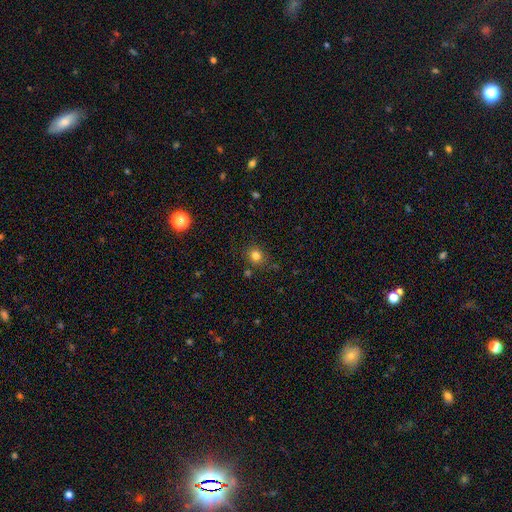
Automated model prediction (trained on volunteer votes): Smooth or featured: smooth — 80% (star or artifact — 14%)
How rounded: round — 80% (in between — 19%)
Merging: none — 81% (minor disturbance — 11%)